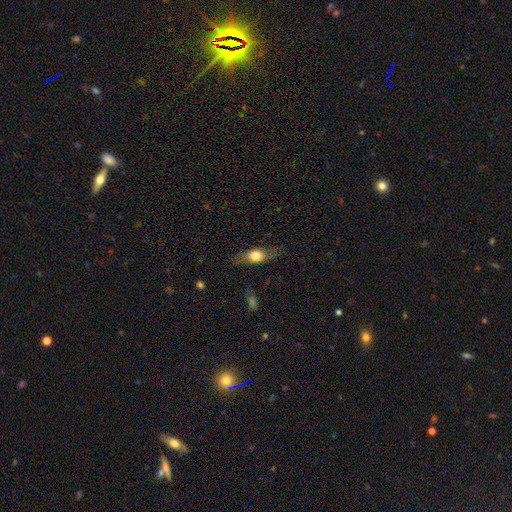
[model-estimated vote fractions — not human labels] smooth 58%, featured or disk 35%, star or artifact 7%. Down the decision tree: how rounded — in between (61%); merging — none (77%).